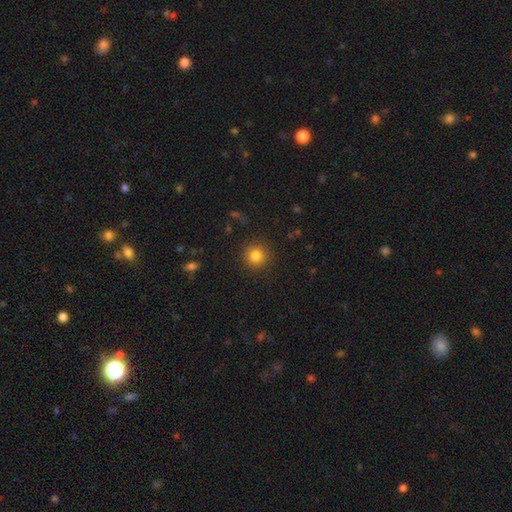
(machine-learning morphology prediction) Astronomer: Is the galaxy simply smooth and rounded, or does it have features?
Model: smooth — 83%.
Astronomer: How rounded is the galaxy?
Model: round — 94%.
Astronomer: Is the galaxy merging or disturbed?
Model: none — 89%.